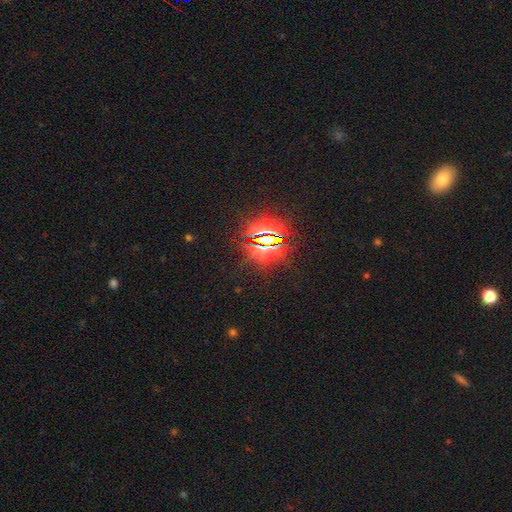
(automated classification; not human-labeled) Smooth or featured?
  - star or artifact: 83% *
  - smooth: 9%
  - featured or disk: 8%